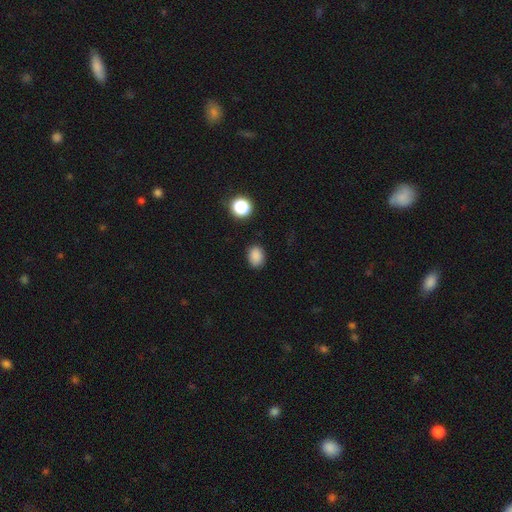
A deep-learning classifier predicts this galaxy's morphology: Smooth or featured? Predicted: smooth (p=0.85). How rounded? Predicted: in between (p=0.64). Merging? Predicted: none (p=0.84).